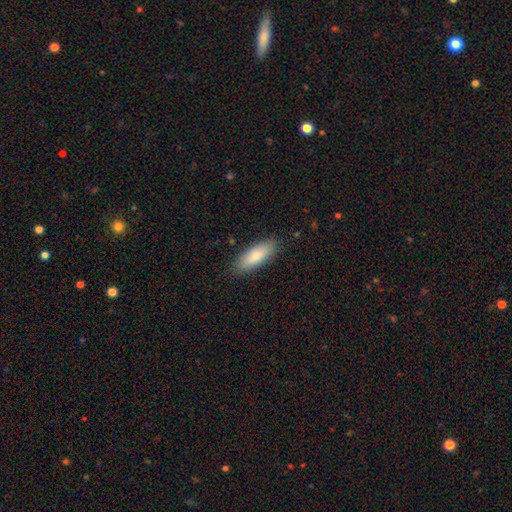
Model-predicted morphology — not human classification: smooth 85%, featured or disk 9%, star or artifact 6%. Down the decision tree: how rounded — in between (67%); merging — none (85%).